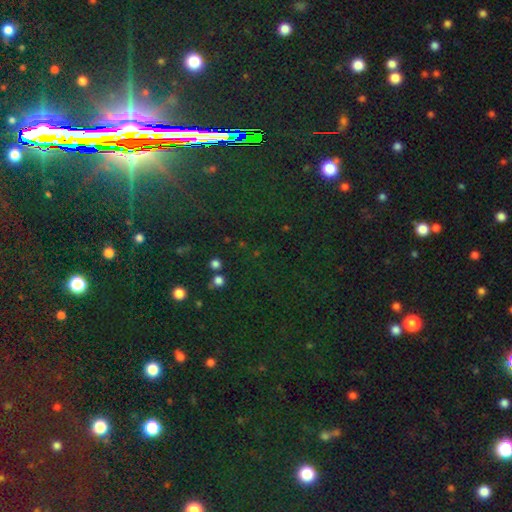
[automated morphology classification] smooth-or-featured: star or artifact: 79% | smooth: 11% | featured or disk: 9%